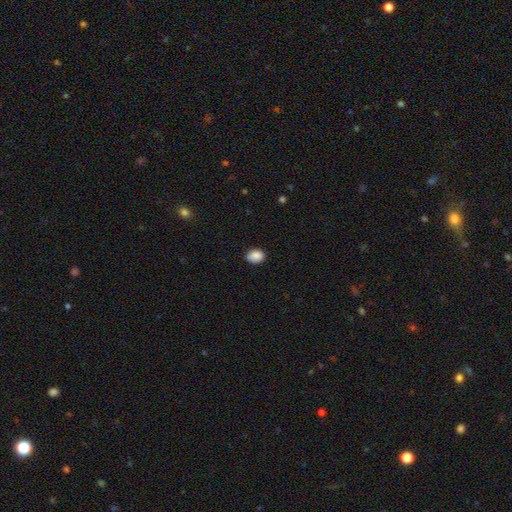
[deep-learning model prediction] Smooth or featured?
  - smooth: 87% *
  - star or artifact: 8%
  - featured or disk: 4%
How rounded?
  - in between: 69% *
  - round: 30%
  - cigar-shaped: 1%
Merging?
  - none: 80% *
  - minor disturbance: 16%
  - major disturbance: 3%
  - merger: 1%